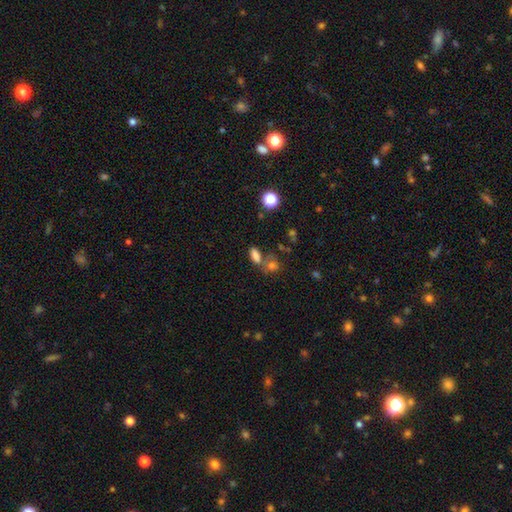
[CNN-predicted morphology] Smooth or featured: smooth — 76% (star or artifact — 15%)
How rounded: in between — 78% (round — 11%)
Merging: none — 50% (merger — 31%)